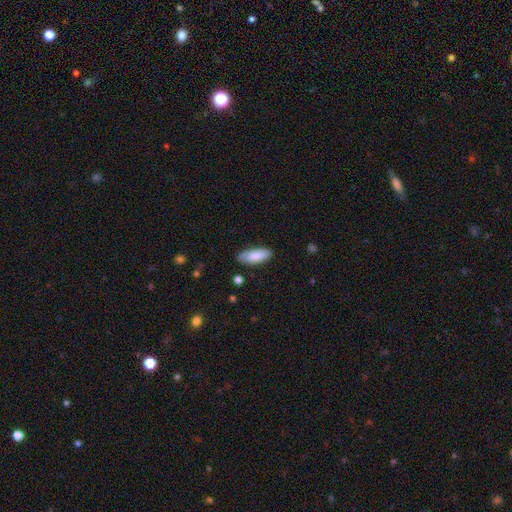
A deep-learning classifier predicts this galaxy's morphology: This appears to be a smooth galaxy with no disk features (83%) that is in between round and cigar-shaped (74%). Merging: none (82%).